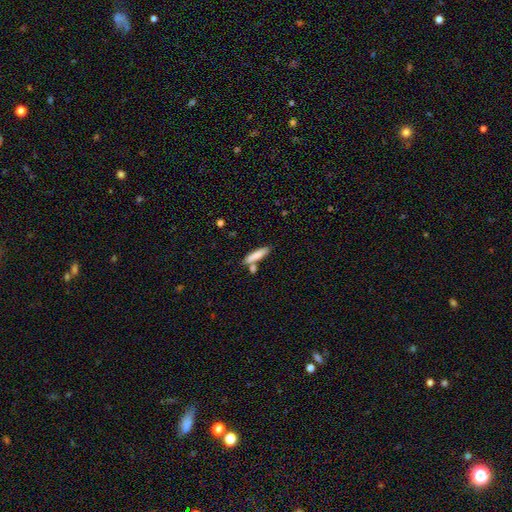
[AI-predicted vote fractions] Smooth or featured? smooth (81%)
How rounded? cigar-shaped (76%)
Merging? none (67%)